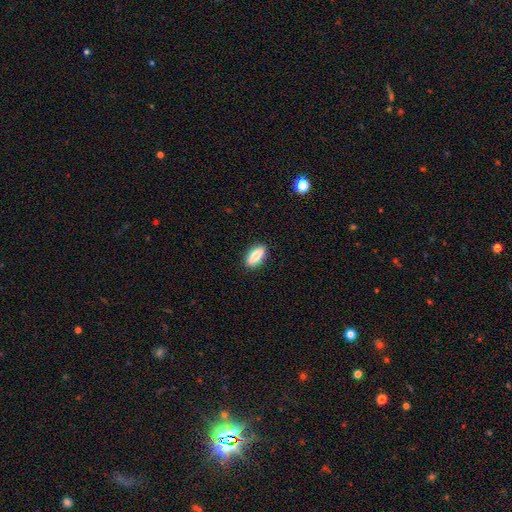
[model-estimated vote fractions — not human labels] Smooth or featured? Predicted: smooth (p=0.79). How rounded? Predicted: in between (p=0.77). Merging? Predicted: none (p=0.89).